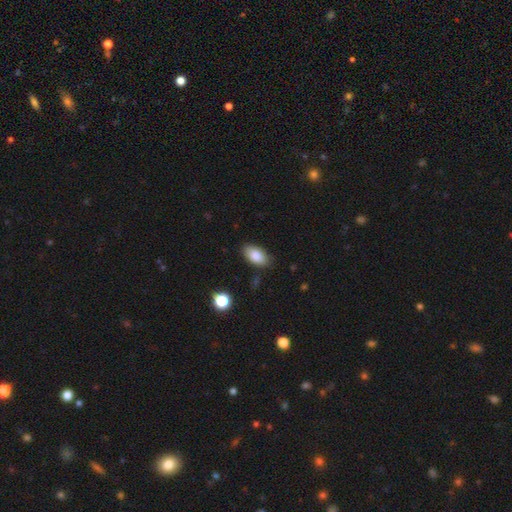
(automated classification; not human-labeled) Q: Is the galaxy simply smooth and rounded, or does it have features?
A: smooth — 85%.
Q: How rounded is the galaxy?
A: in between — 93%.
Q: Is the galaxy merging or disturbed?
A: none — 84%.